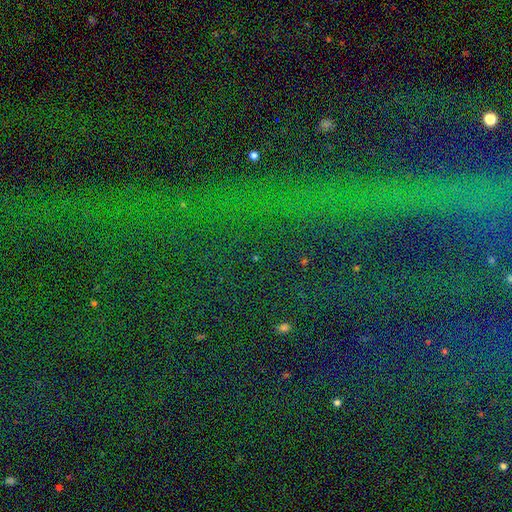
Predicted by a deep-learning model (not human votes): Overall: star or artifact (82%).